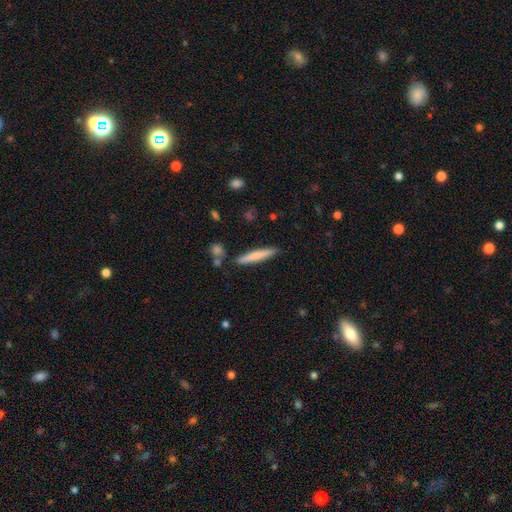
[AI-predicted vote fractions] smooth-or-featured: smooth: 72% | featured or disk: 22% | star or artifact: 6%
  how-rounded: cigar-shaped: 94% | in between: 5% | round: 1%
  merging: none: 86% | minor disturbance: 9% | merger: 3% | major disturbance: 2%